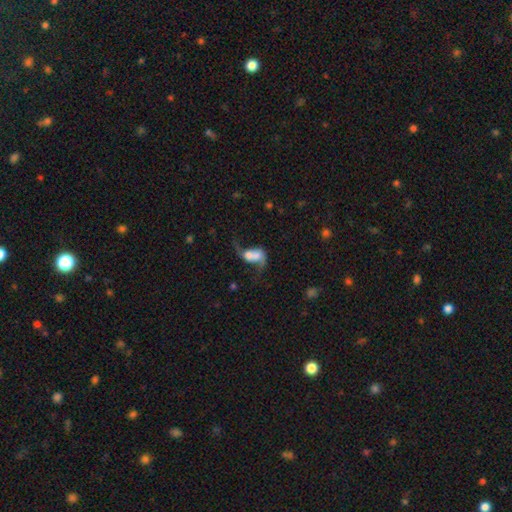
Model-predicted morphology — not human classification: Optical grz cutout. It shows a featured or disk galaxy (53%) with no bar (64%), spiral arms (72%) and a moderate central bulge (24%). Merging: merger (49%).